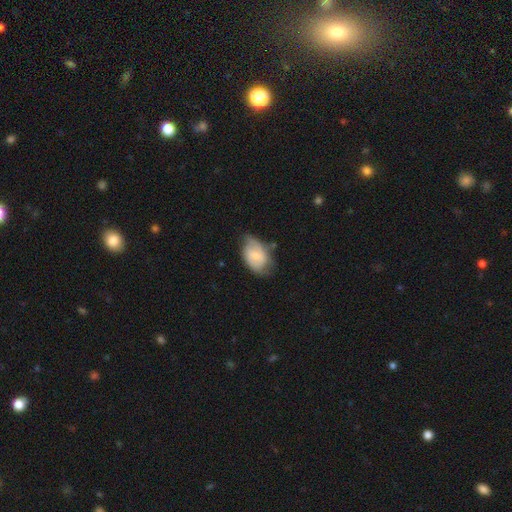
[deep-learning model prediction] Smooth or featured: smooth — 58% (featured or disk — 35%)
How rounded: in between — 86% (round — 12%)
Merging: none — 47% (minor disturbance — 38%)